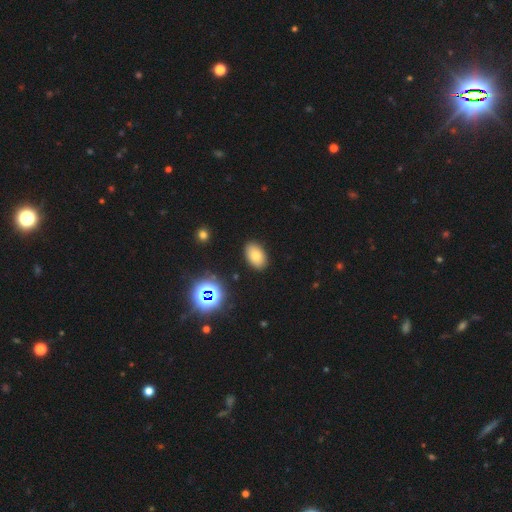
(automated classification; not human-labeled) Morphology: type=smooth (77%); roundness=in between (90%); merging=none (88%).